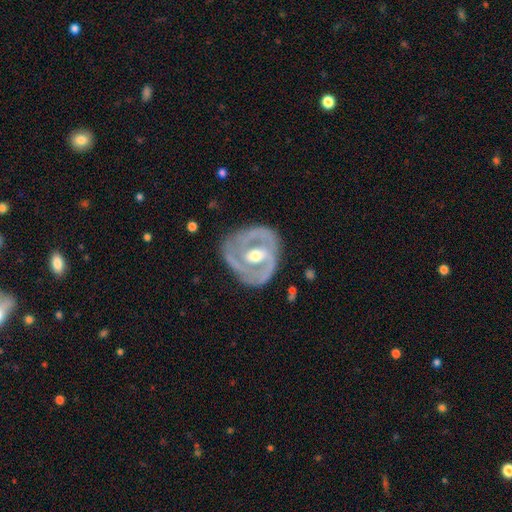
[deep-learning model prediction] Smooth or featured? featured or disk (85%)
Edge-on disk? no (97%)
Bar? weak (41%)
Spiral arms? yes (86%)
Spiral winding? tight (52%)
Spiral arm count? 2 (56%)
Bulge size? moderate (74%)
Merging? none (70%)